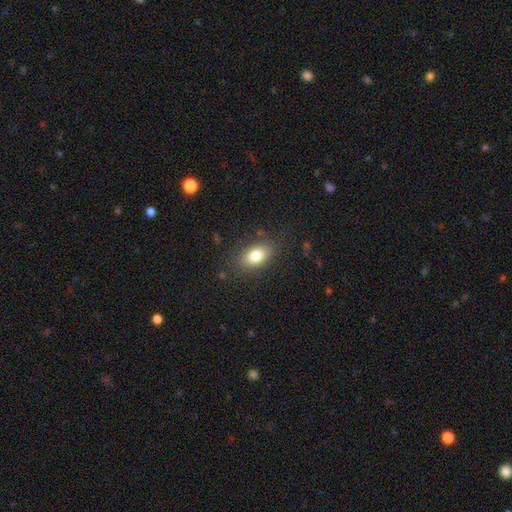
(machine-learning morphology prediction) type=smooth (80%); roundness=in between (85%); merging=none (81%).